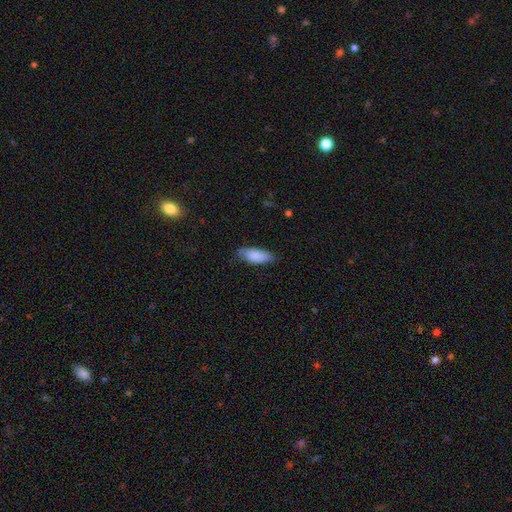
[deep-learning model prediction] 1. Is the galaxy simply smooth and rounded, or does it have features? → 85% smooth, 9% featured or disk, 6% star or artifact.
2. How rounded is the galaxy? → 79% in between, 19% cigar-shaped, 2% round.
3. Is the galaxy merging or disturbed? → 69% none, 25% minor disturbance, 5% major disturbance, 1% merger.